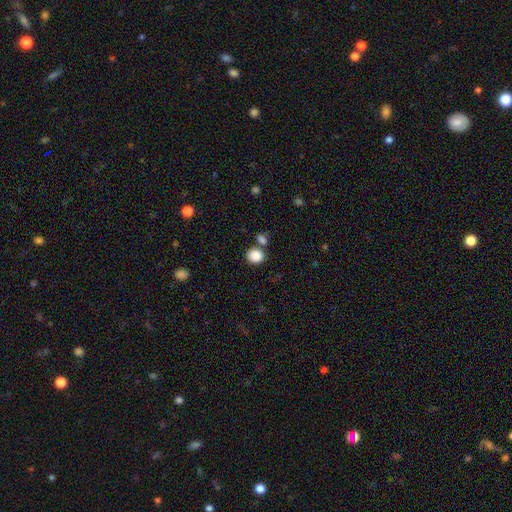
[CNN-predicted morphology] smooth 87%, star or artifact 9%, featured or disk 4%. Down the decision tree: how rounded — round (74%); merging — none (68%).